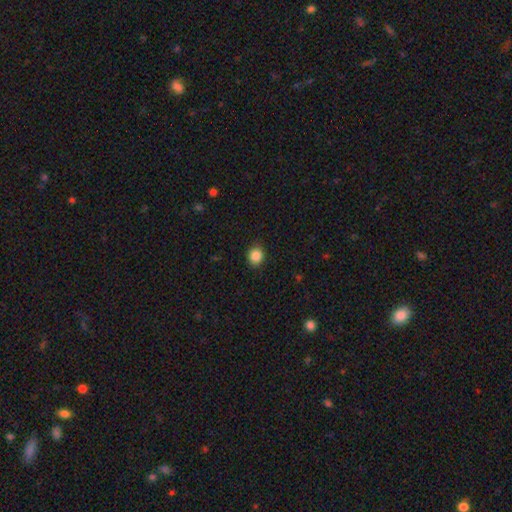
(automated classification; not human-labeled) This is clearly a smooth galaxy (87%). How rounded: likely round (76%). Merging: clearly none (90%).